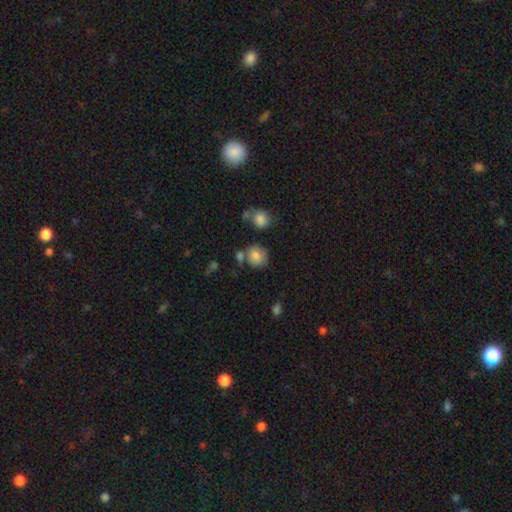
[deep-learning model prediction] A smooth galaxy with no disk features (79%) that is round (78%).

Vote fractions:
- Smooth or featured? smooth: 79% / featured or disk: 11% / star or artifact: 10%
- How rounded? round: 78% / in between: 21% / cigar-shaped: 1%
- Merging? none: 62% / minor disturbance: 17% / merger: 15% / major disturbance: 6%